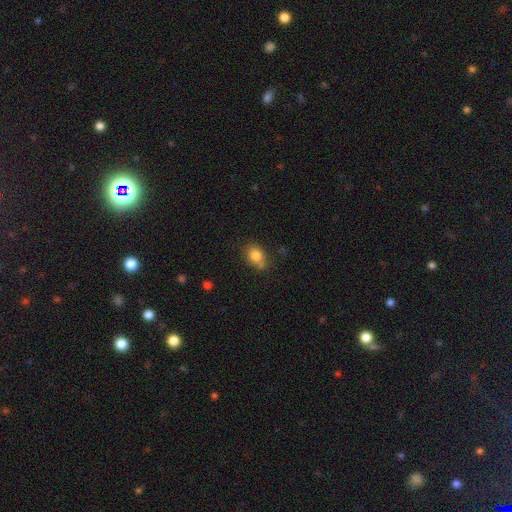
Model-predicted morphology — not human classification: Smooth or featured? Predicted: smooth (p=0.80). How rounded? Predicted: in between (p=0.54). Merging? Predicted: none (p=0.63).